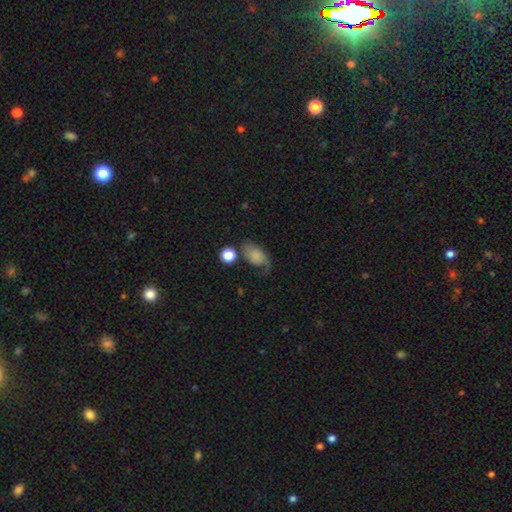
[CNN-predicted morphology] Smooth or featured?
  - smooth: 69% *
  - featured or disk: 22%
  - star or artifact: 10%
How rounded?
  - in between: 84% *
  - round: 14%
  - cigar-shaped: 2%
Merging?
  - none: 43% *
  - minor disturbance: 30%
  - major disturbance: 20%
  - merger: 7%